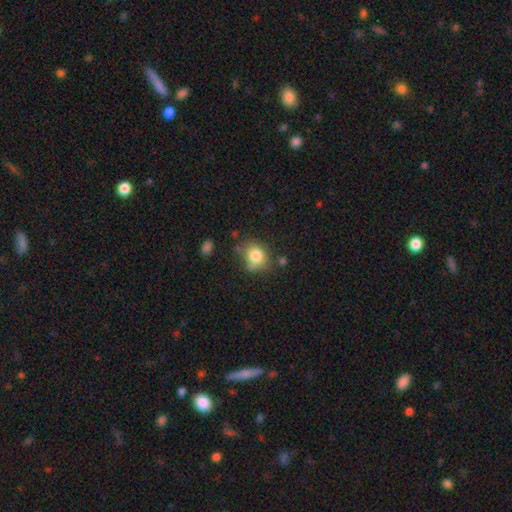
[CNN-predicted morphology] This appears to be a smooth galaxy with no disk features (81%) that is round (62%). Merging: none (61%).